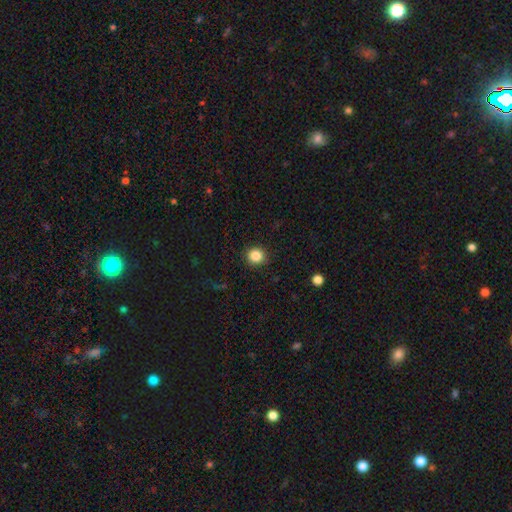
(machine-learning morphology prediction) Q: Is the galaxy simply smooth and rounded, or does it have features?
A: smooth — 85%.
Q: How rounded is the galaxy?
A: round — 90%.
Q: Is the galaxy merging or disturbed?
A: none — 91%.